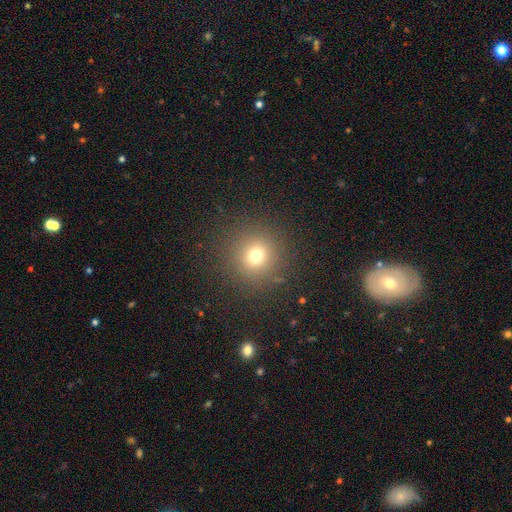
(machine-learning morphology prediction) Smooth or featured: smooth — 71% (star or artifact — 20%)
How rounded: round — 94% (in between — 5%)
Merging: none — 89% (minor disturbance — 6%)